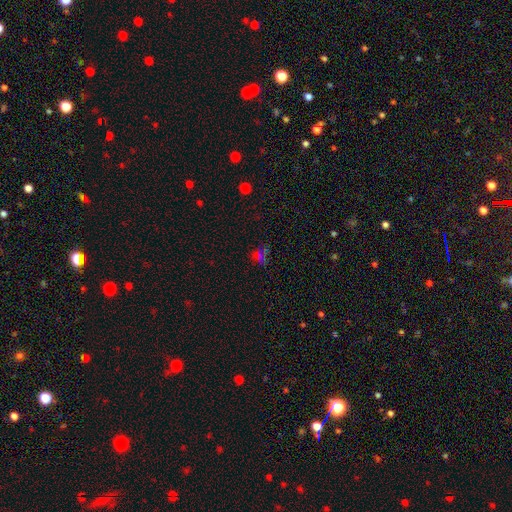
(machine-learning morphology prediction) smooth-or-featured: star or artifact: 51% | smooth: 34% | featured or disk: 15%